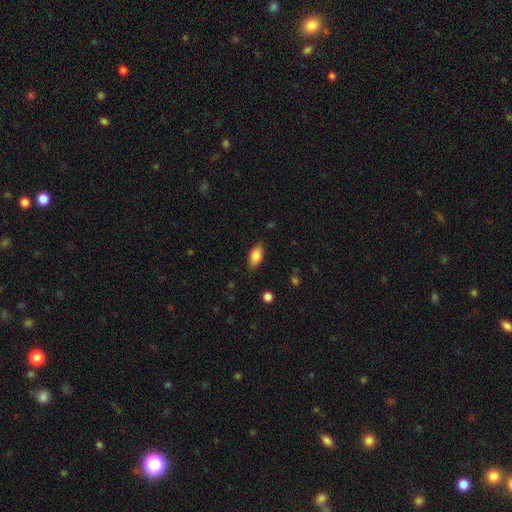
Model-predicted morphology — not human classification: smooth_or_featured: smooth (p=0.82) [alt: featured or disk p=0.11]
how_rounded: in between (p=0.89) [alt: cigar-shaped p=0.08]
merging: none (p=0.84) [alt: minor disturbance p=0.12]